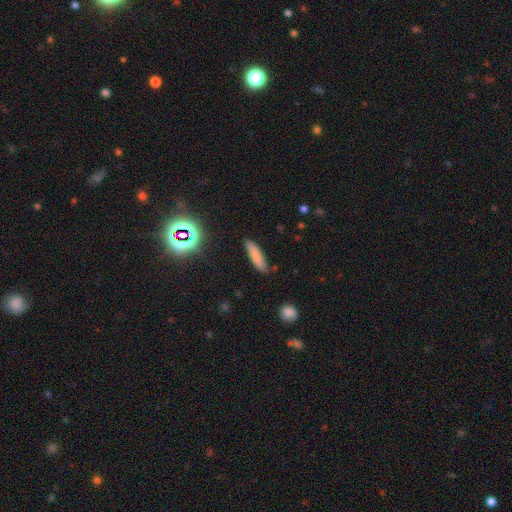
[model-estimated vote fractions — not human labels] Overall: smooth (76%). How rounded: cigar-shaped (71%). Merging: none (81%).